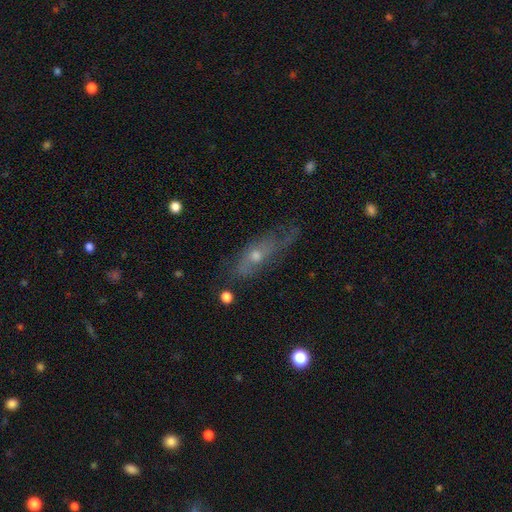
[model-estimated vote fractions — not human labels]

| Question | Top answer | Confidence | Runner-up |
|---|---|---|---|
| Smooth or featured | featured or disk | 56% | smooth (34%) |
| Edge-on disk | no | 67% | yes (33%) |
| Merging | none | 53% | minor disturbance (27%) |